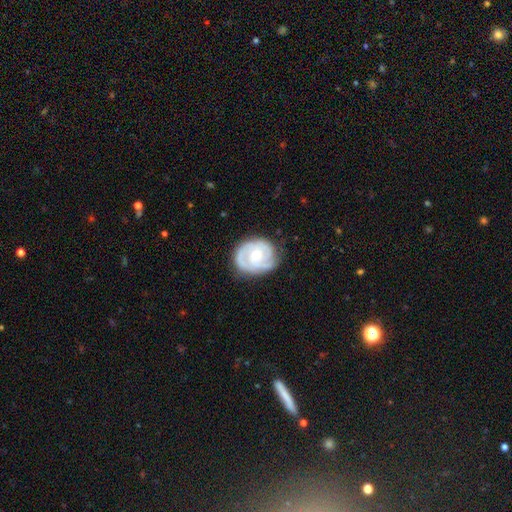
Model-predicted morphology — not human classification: Q: Smooth or featured?
A: featured or disk (79%); runner-up: smooth (16%)
Q: Edge-on disk?
A: no (98%); runner-up: yes (2%)
Q: Bar?
A: no (73%); runner-up: weak (23%)
Q: Spiral arms?
A: yes (91%); runner-up: no (9%)
Q: Spiral winding?
A: tight (63%); runner-up: medium (30%)
Q: Spiral arm count?
A: 3 (31%); runner-up: 2 (29%)
Q: Bulge size?
A: moderate (59%); runner-up: small (36%)
Q: Merging?
A: none (72%); runner-up: minor disturbance (20%)